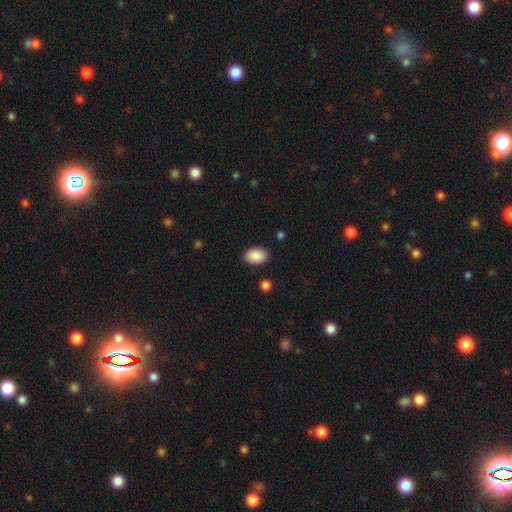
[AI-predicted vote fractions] This is clearly a smooth galaxy (90%). How rounded: clearly in between (86%). Merging: clearly none (87%).